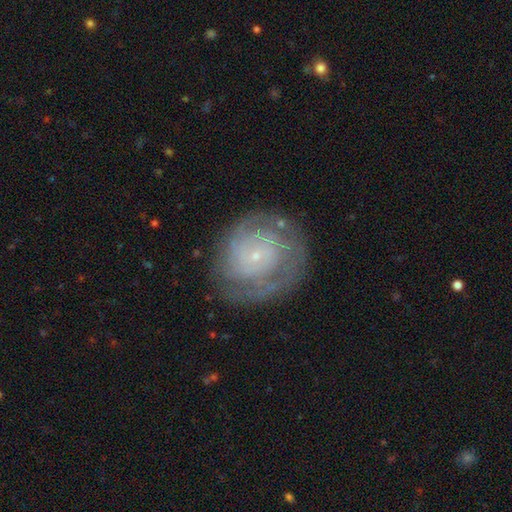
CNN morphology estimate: Smooth or featured? featured or disk (78%)
Edge-on disk? no (97%)
Bar? no (76%)
Spiral arms? yes (91%)
Spiral winding? tight (73%)
Spiral arm count? can't tell (38%)
Bulge size? small (86%)
Merging? none (76%)